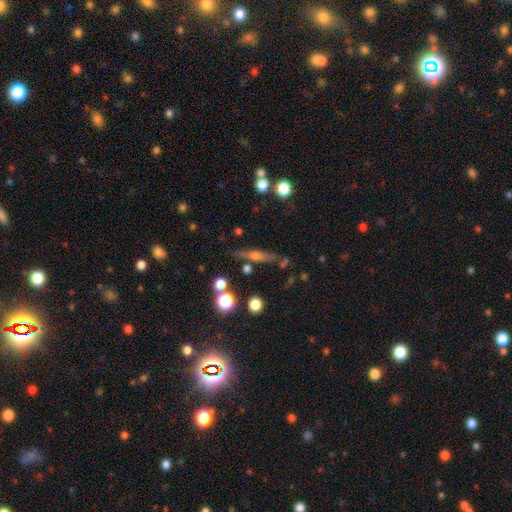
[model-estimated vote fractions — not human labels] This is possibly a featured or disk galaxy (54%). It is clearly viewed edge-on (91%). Merging: likely none (75%).